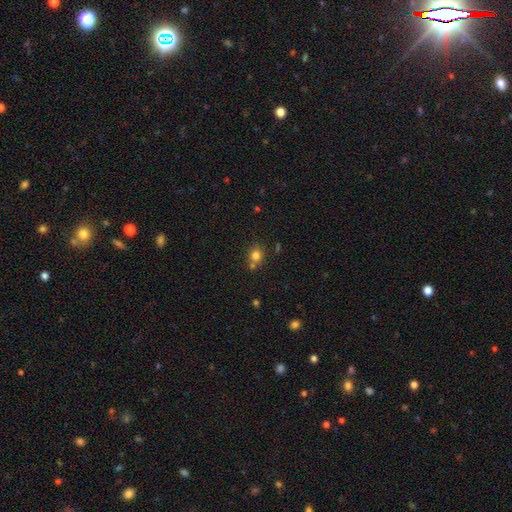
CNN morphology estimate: smooth-or-featured: smooth: 78% | star or artifact: 14% | featured or disk: 8%
  how-rounded: round: 74% | in between: 25% | cigar-shaped: 1%
  merging: none: 64% | merger: 20% | minor disturbance: 12% | major disturbance: 3%